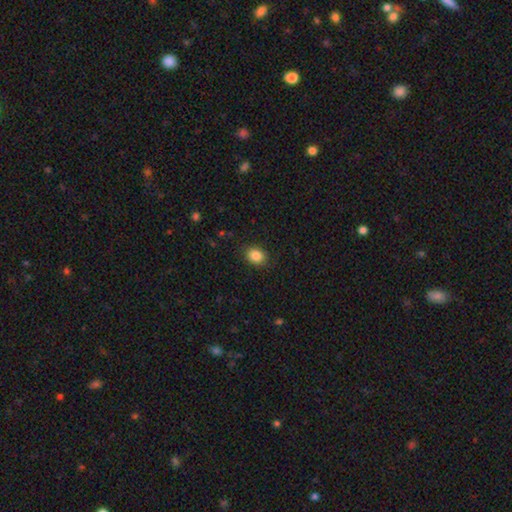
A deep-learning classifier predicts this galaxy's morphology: smooth_or_featured: smooth (p=0.86) [alt: star or artifact p=0.09]
how_rounded: in between (p=0.55) [alt: round p=0.44]
merging: none (p=0.87) [alt: minor disturbance p=0.09]